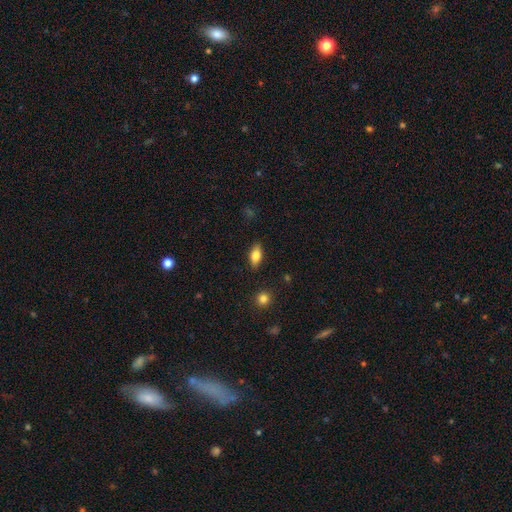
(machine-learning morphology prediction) Smooth or featured: smooth — 76% (featured or disk — 16%)
How rounded: in between — 86% (cigar-shaped — 9%)
Merging: none — 87% (minor disturbance — 10%)